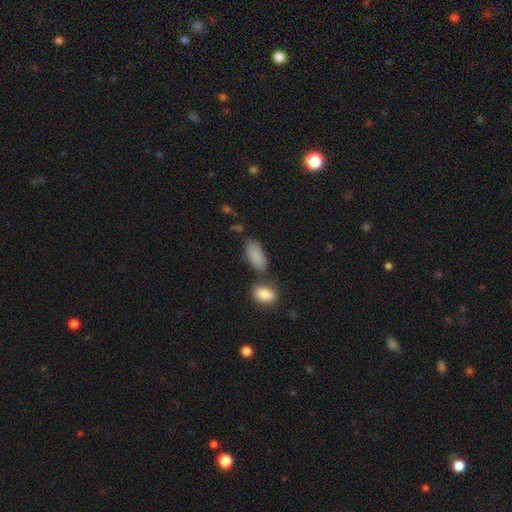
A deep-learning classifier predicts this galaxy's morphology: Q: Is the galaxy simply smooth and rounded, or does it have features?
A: smooth — 87%.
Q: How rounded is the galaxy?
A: in between — 92%.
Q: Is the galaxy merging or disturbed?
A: none — 67%.